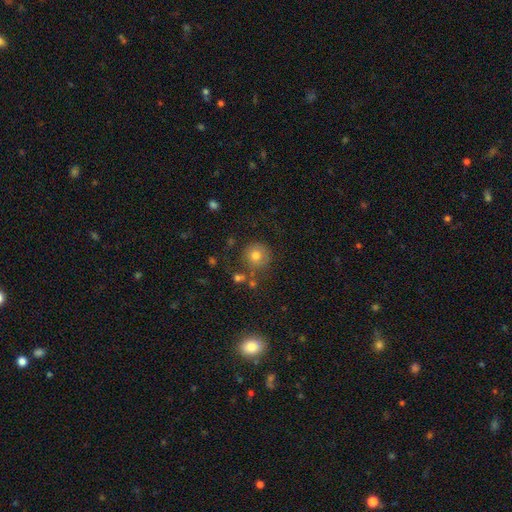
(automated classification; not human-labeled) This appears to be a smooth galaxy with no disk features (76%) that is round (92%). Merging: none (70%).